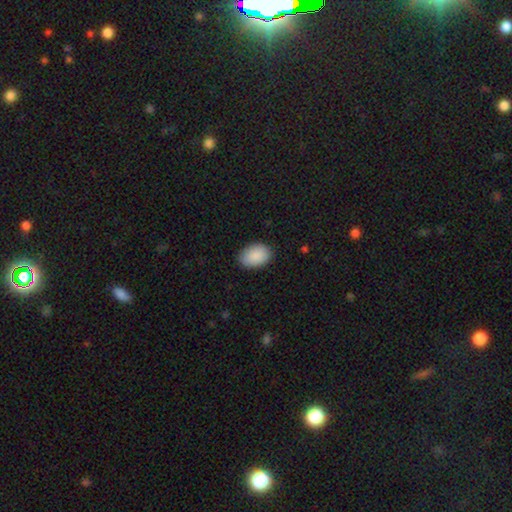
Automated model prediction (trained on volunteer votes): Q: Smooth or featured?
A: smooth (91%); runner-up: star or artifact (6%)
Q: How rounded?
A: in between (87%); runner-up: round (11%)
Q: Merging?
A: none (87%); runner-up: minor disturbance (10%)